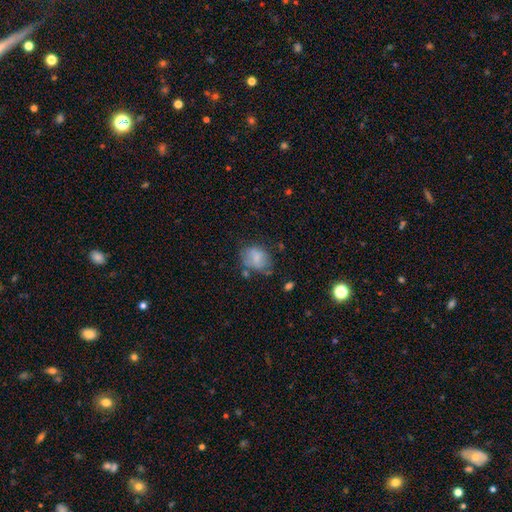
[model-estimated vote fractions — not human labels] Smooth or featured?
  - smooth: 71% *
  - featured or disk: 19%
  - star or artifact: 10%
How rounded?
  - in between: 59% *
  - round: 39%
  - cigar-shaped: 1%
Merging?
  - none: 52% *
  - minor disturbance: 28%
  - major disturbance: 13%
  - merger: 7%